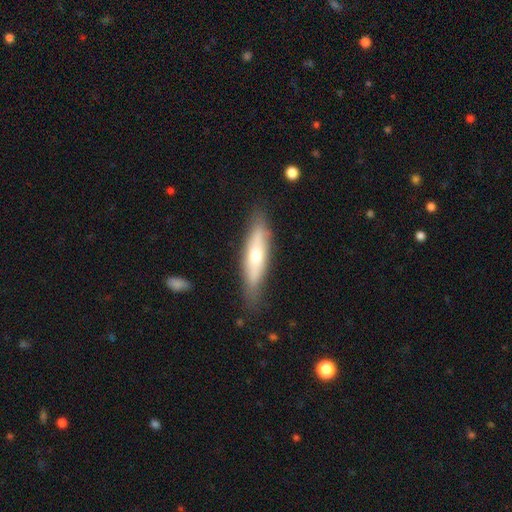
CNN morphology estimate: smooth_or_featured: smooth (p=0.51) [alt: featured or disk p=0.43]
how_rounded: cigar-shaped (p=0.74) [alt: in between p=0.24]
merging: none (p=0.80) [alt: minor disturbance p=0.15]